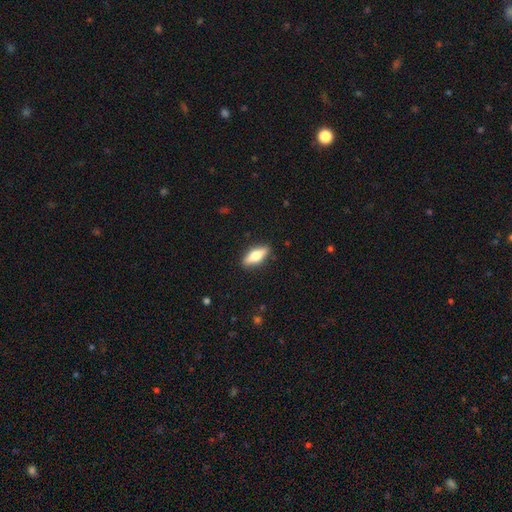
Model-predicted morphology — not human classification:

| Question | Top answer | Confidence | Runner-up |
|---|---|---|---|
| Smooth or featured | smooth | 62% | featured or disk (32%) |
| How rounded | in between | 68% | cigar-shaped (29%) |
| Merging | none | 88% | minor disturbance (9%) |